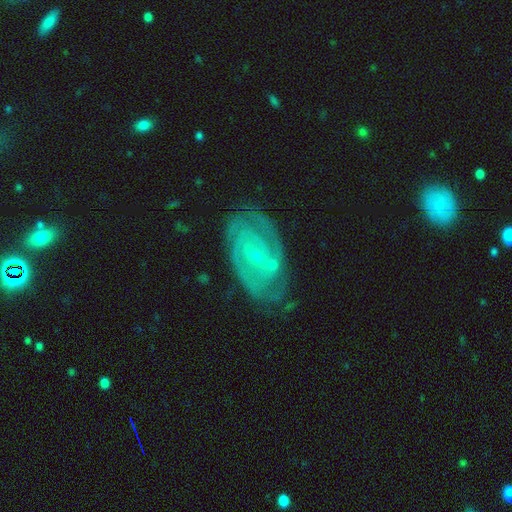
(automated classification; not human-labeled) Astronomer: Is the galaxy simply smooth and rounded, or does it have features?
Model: featured or disk — 82%.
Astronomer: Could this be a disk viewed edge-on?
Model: no — 95%.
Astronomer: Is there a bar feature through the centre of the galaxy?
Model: weak — 49% (runner-up: no, 35%).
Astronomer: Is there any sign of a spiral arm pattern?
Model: yes — 89%.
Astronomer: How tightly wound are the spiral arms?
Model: tight — 61%.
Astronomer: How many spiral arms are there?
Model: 2 — 45% (runner-up: can't tell, 32%).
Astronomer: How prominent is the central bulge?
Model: small — 77%.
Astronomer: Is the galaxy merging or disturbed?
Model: none — 68%.